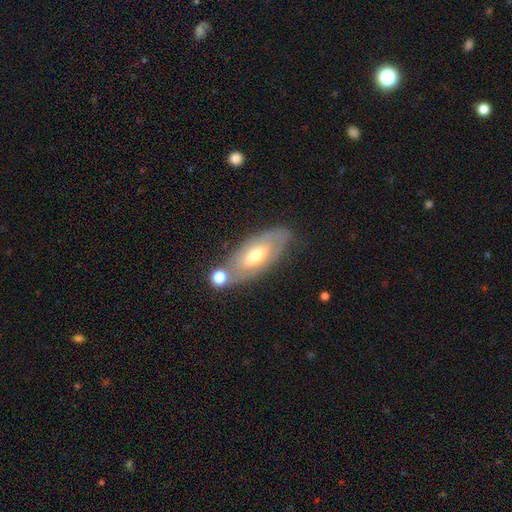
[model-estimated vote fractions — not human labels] smooth-or-featured: featured or disk: 58% | smooth: 36% | star or artifact: 6%
  disk-edge-on: no: 82% | yes: 18%
  merging: none: 66% | minor disturbance: 18% | merger: 11% | major disturbance: 6%